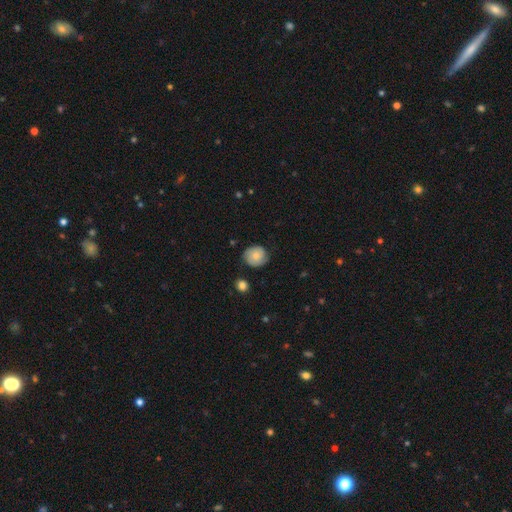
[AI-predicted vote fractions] This is likely a smooth galaxy (66%). How rounded: clearly round (82%). Merging: likely none (73%).